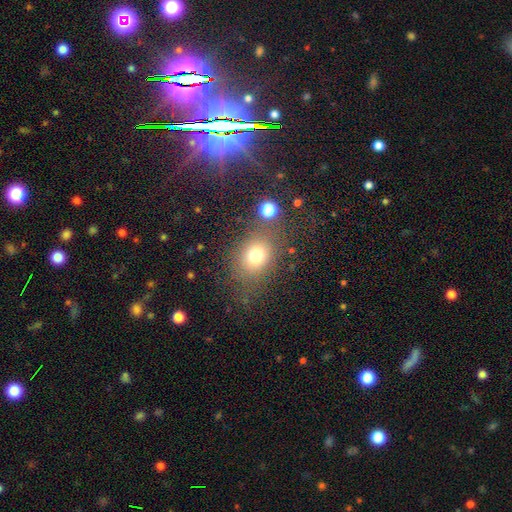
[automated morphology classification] Smooth or featured: smooth — 73% (star or artifact — 16%)
How rounded: round — 54% (in between — 45%)
Merging: none — 71% (minor disturbance — 14%)